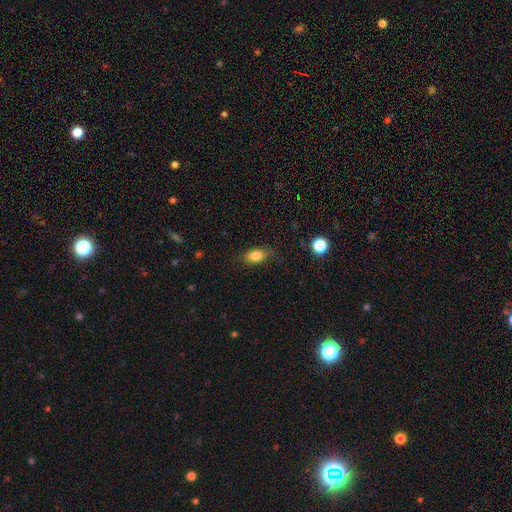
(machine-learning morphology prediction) The model was most divided on "merging": none: 76%, minor disturbance: 18%, major disturbance: 5%, merger: 1%. More confident: how rounded — in between (84%); smooth or featured — smooth (82%).